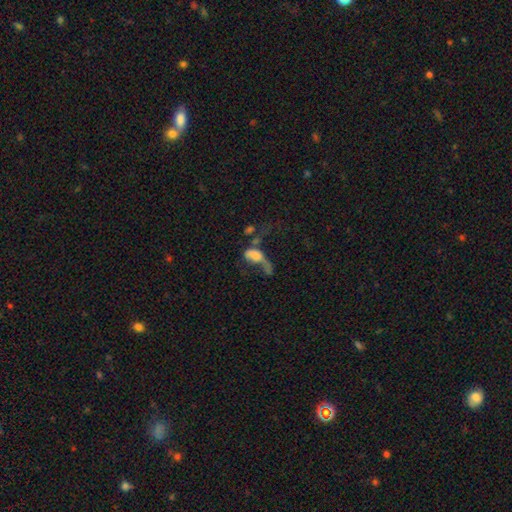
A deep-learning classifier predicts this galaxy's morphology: smooth_or_featured: smooth (p=0.54) [alt: featured or disk p=0.34]
how_rounded: in between (p=0.80) [alt: round p=0.11]
merging: major disturbance (p=0.50) [alt: merger p=0.27]